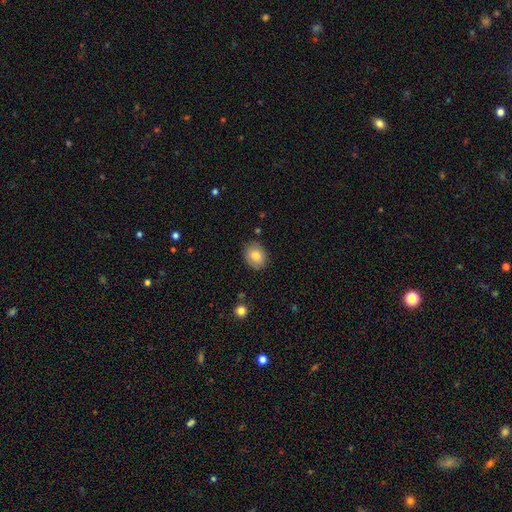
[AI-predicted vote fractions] The model was most divided on "how rounded": in between: 52%, round: 47%, cigar-shaped: 1%. More confident: merging — none (85%); smooth or featured — smooth (81%).